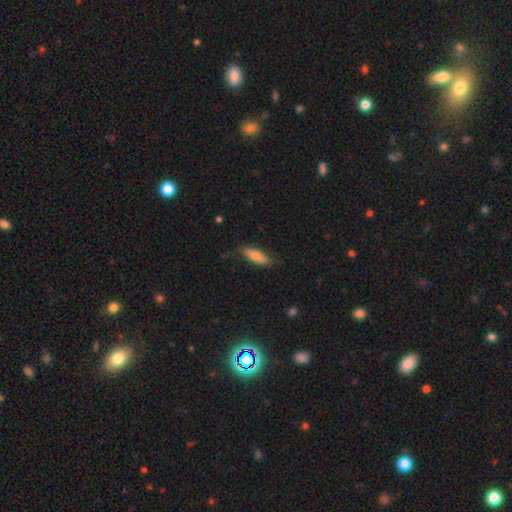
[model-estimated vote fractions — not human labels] A smooth galaxy with no disk features (72%) that is in between round and cigar-shaped (57%). Merging: none (75%).